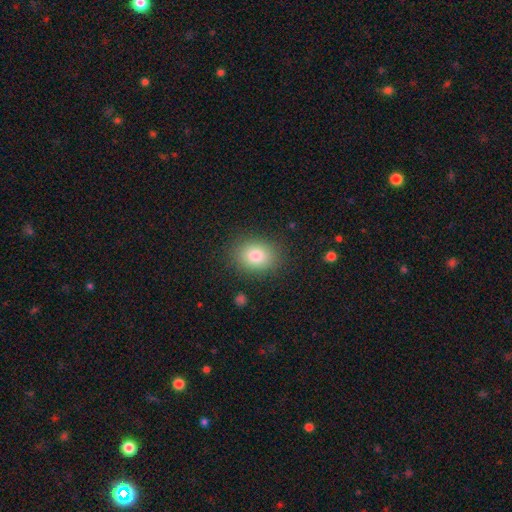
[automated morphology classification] A smooth galaxy with no disk features (83%) that is in between round and cigar-shaped (52%). Merging: none (87%).